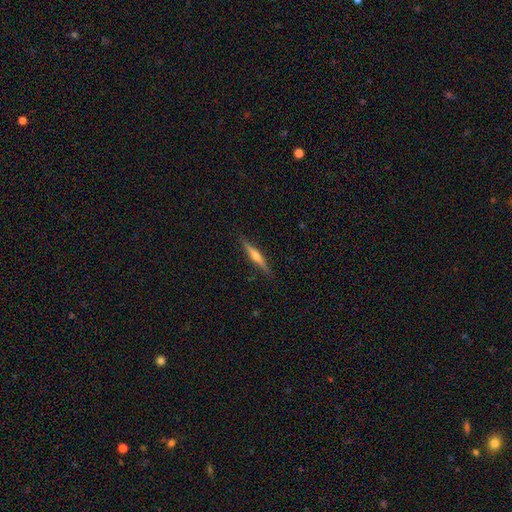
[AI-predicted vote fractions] The model was most divided on "smooth or featured": featured or disk: 68%, smooth: 26%, star or artifact: 6%. More confident: edge-on disk — yes (98%); merging — none (89%); edge-on bulge — rounded (86%).